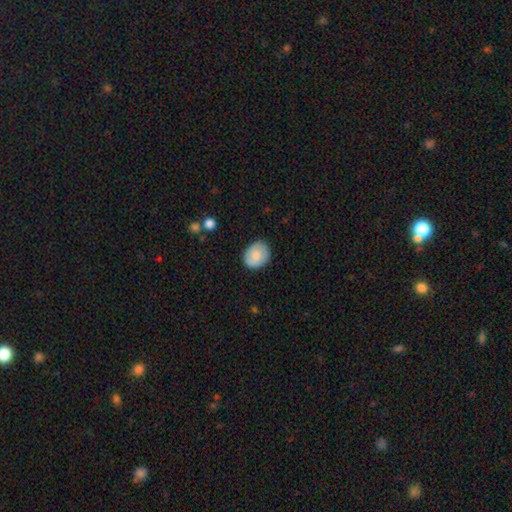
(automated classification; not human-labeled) Q: Smooth or featured?
A: smooth (79%); runner-up: featured or disk (14%)
Q: How rounded?
A: round (59%); runner-up: in between (40%)
Q: Merging?
A: none (83%); runner-up: minor disturbance (13%)